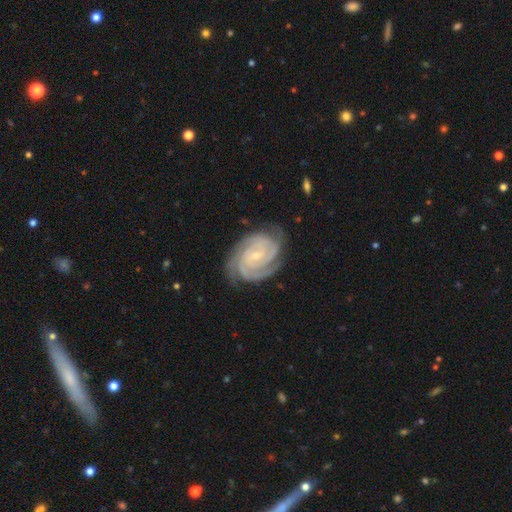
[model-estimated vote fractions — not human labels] Overall: featured or disk (92%). Edge-on disk: no (98%). Bar: no (55%; weak 33%). Spiral arms: yes (99%). Spiral arm count: 3 (37%; 4 22%). Spiral winding: tight (80%). Bulge size: small (78%). Merging: none (78%).